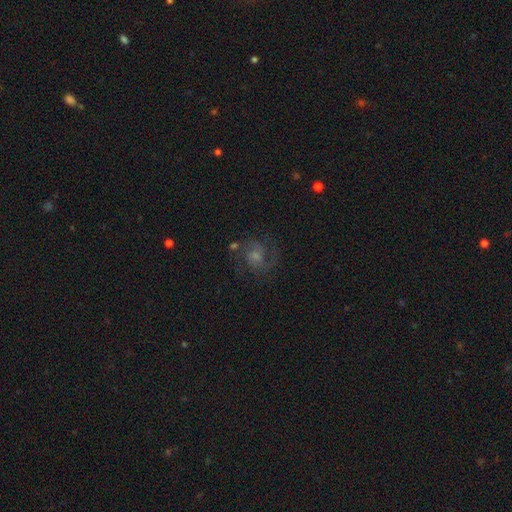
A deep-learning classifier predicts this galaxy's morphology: A featured or disk galaxy (69%) with no bar (61%), 2 (75%) medium (55%) spiral arms (92%) and a small central bulge (37%).

Vote fractions:
- Smooth or featured? featured or disk: 69% / smooth: 19% / star or artifact: 12%
- Edge-on disk? no: 98% / yes: 2%
- Bar? no: 61% / weak: 34% / strong: 5%
- Spiral arms? yes: 92% / no: 8%
- Spiral winding? medium: 55% / tight: 24% / loose: 21%
- Spiral arm count? 2: 75% / can't tell: 10% / 3: 7% / 1: 4% / 4: 2% / more than 4: 2%
- Bulge size? small: 37% / moderate: 35% / none: 17% / large: 9% / dominant: 2%
- Merging? none: 68% / minor disturbance: 16% / major disturbance: 12% / merger: 4%